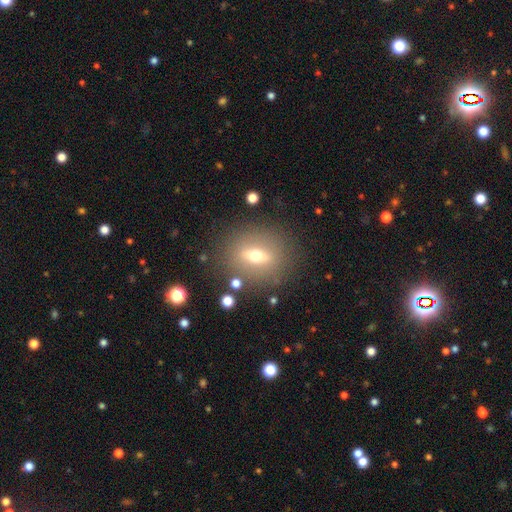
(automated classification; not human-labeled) The model was most divided on "smooth or featured": smooth: 45%, featured or disk: 43%, star or artifact: 12%. More confident: merging — none (83%).